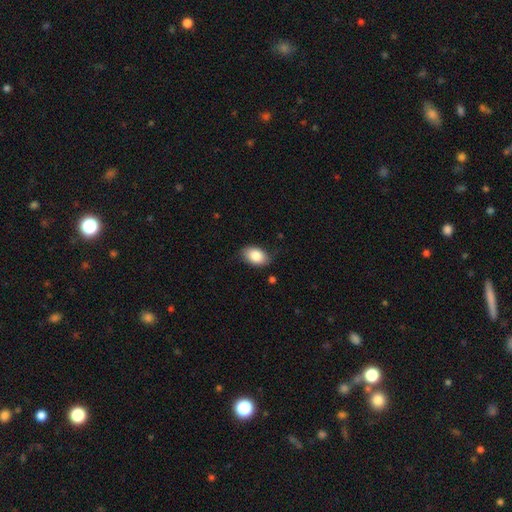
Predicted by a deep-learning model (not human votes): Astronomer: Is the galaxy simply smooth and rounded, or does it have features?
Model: smooth — 85%.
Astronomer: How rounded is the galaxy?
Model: in between — 89%.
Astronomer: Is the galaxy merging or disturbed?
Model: none — 79%.